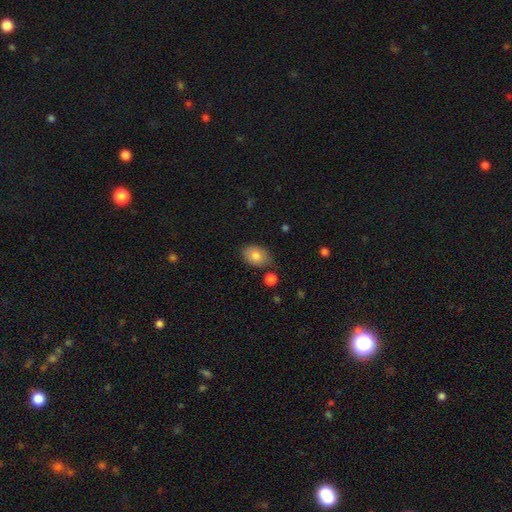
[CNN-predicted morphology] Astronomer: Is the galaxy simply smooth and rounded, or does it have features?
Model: smooth — 82%.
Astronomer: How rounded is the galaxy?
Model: in between — 82%.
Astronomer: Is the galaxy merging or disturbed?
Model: none — 76%.